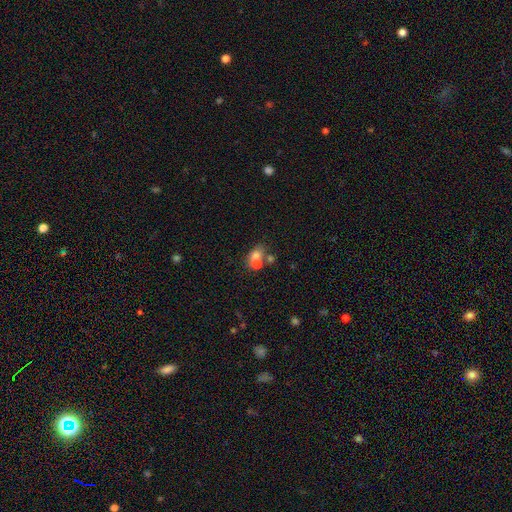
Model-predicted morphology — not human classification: This is likely a smooth galaxy (64%). How rounded: likely round (61%). Merging: possibly merger (58%).